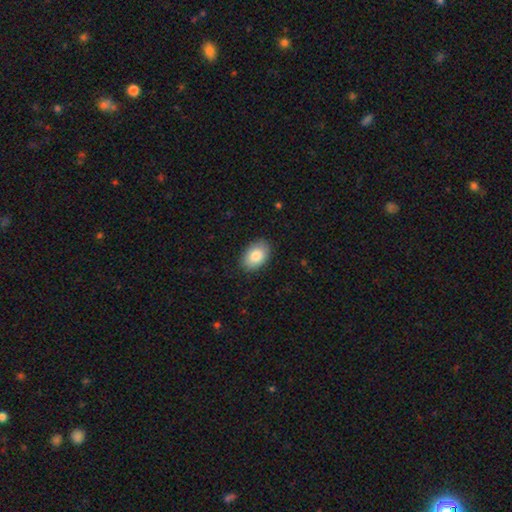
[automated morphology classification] Smooth or featured? Predicted: smooth (p=0.84). How rounded? Predicted: in between (p=0.89). Merging? Predicted: none (p=0.88).